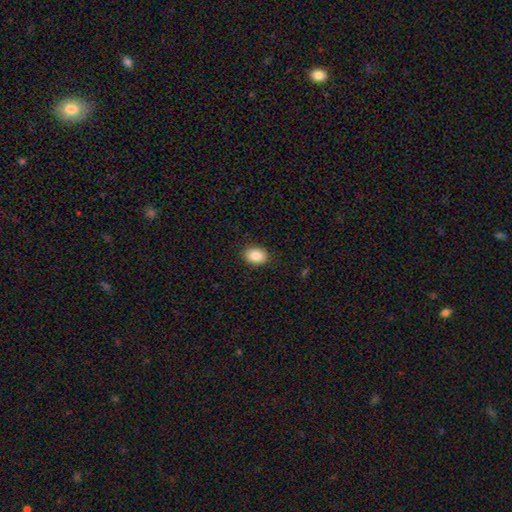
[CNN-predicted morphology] smooth 88%, star or artifact 8%, featured or disk 4%. Down the decision tree: how rounded — in between (79%); merging — none (89%).